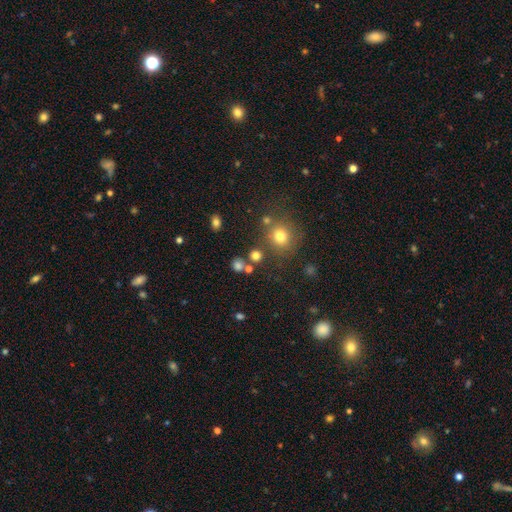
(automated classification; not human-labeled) This is likely a smooth galaxy (74%). How rounded: clearly round (88%). Merging: likely none (74%).